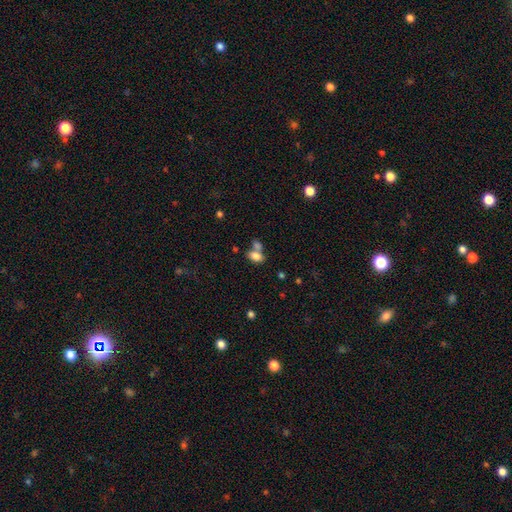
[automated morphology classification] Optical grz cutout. It shows a smooth galaxy with no disk features (80%) that is in between round and cigar-shaped (87%). Merging: none (44%).